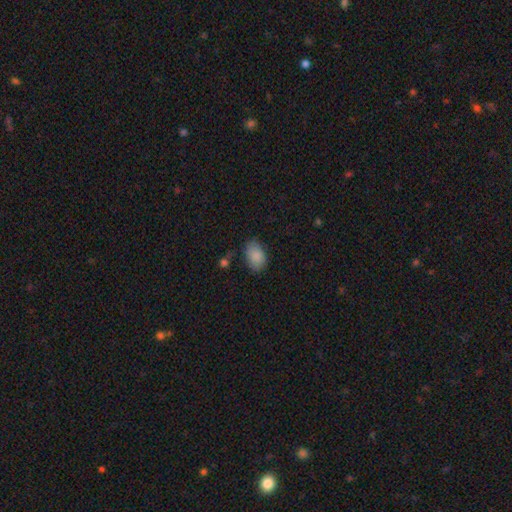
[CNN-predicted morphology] Overall: smooth (87%). How rounded: in between (85%). Merging: none (74%).